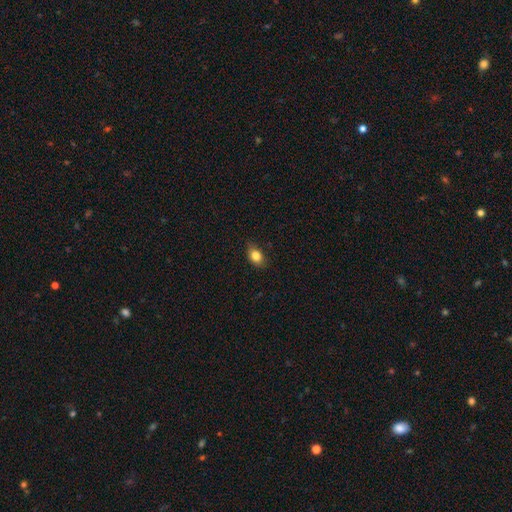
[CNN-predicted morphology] smooth_or_featured: smooth (p=0.83) [alt: star or artifact p=0.09]
how_rounded: in between (p=0.78) [alt: round p=0.20]
merging: none (p=0.80) [alt: minor disturbance p=0.16]